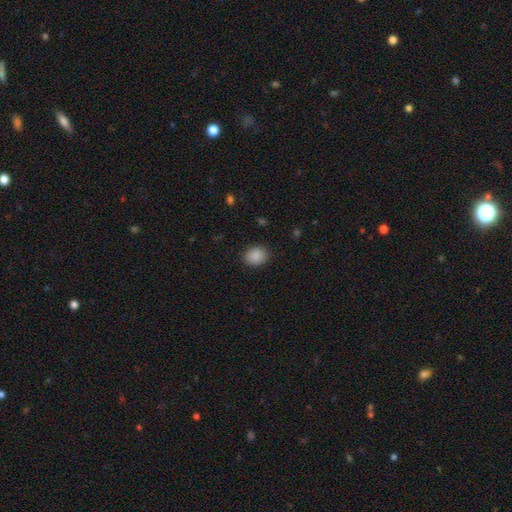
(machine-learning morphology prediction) Smooth or featured?
  - smooth: 89% *
  - star or artifact: 8%
  - featured or disk: 3%
How rounded?
  - round: 55% *
  - in between: 44%
  - cigar-shaped: 1%
Merging?
  - none: 88% *
  - minor disturbance: 8%
  - major disturbance: 3%
  - merger: 1%